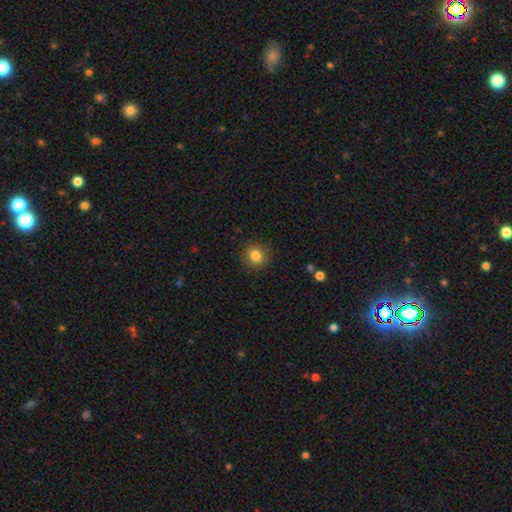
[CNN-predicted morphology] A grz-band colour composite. It shows a smooth galaxy with no disk features (83%) that is round (85%). Merging: none (89%).